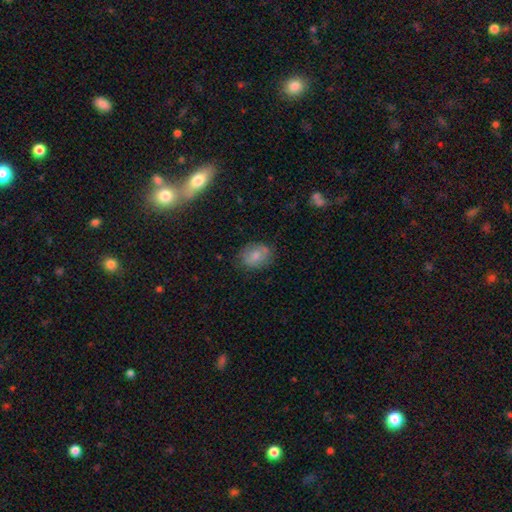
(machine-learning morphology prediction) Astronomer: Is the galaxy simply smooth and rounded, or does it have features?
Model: smooth — 72%.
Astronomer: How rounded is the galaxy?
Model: in between — 62%.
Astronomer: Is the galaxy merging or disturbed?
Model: none — 71%.